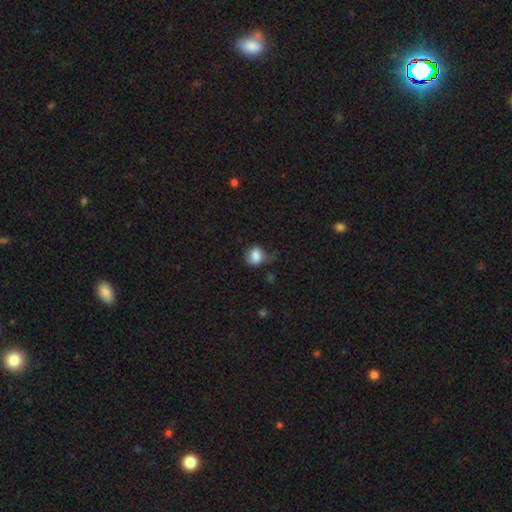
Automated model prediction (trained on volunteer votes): This appears to be a smooth galaxy with no disk features (83%) that is round (64%). Merging: none (45%).